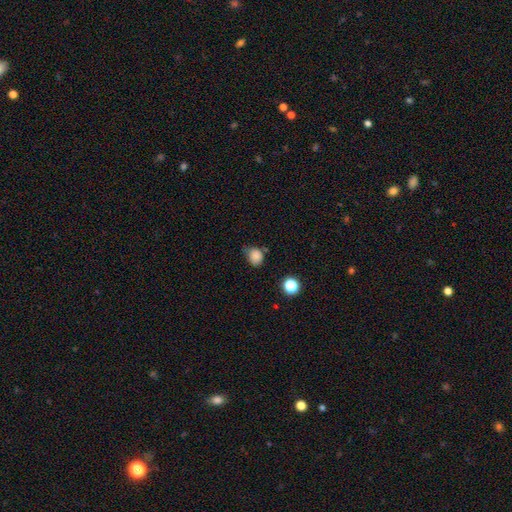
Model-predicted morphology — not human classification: smooth 83%, star or artifact 12%, featured or disk 5%. Down the decision tree: how rounded — round (60%); merging — none (53%).